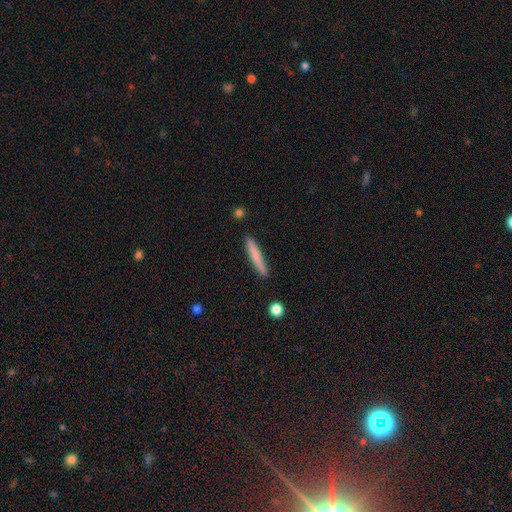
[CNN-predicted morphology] Smooth or featured? Predicted: smooth (p=0.74). How rounded? Predicted: cigar-shaped (p=0.95). Merging? Predicted: none (p=0.89).